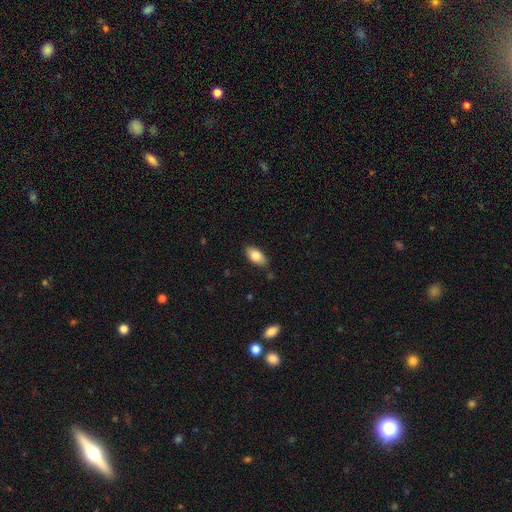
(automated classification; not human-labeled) smooth_or_featured: smooth (p=0.81) [alt: featured or disk p=0.12]
how_rounded: in between (p=0.91) [alt: cigar-shaped p=0.05]
merging: none (p=0.84) [alt: minor disturbance p=0.12]